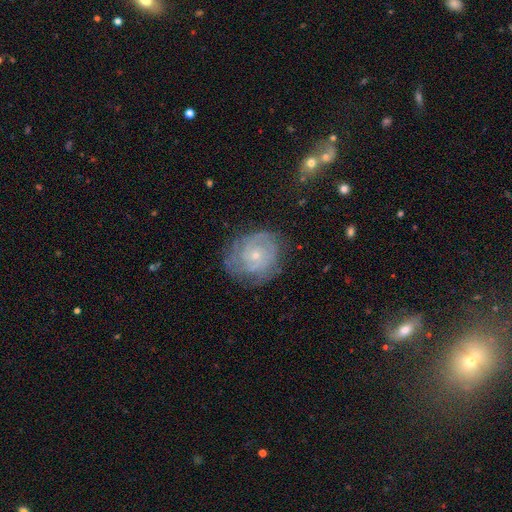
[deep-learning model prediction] This is likely a featured or disk galaxy (73%). It is clearly not viewed edge-on (97%). Bar: likely no (77%). Spiral arm pattern: clearly yes (88%). Spiral arm count: marginally can't tell (43%). Spiral winding: likely tight (69%). Central bulge: likely small (73%). Merging: likely none (72%).